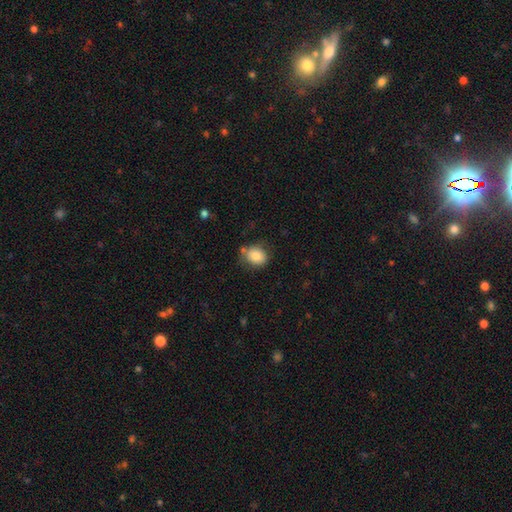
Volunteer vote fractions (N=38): Q: Smooth or featured?
A: smooth (82%); runner-up: featured or disk (11%)
Q: How rounded?
A: round (77%); runner-up: in between (23%)
Q: Merging?
A: none (74%); runner-up: merger (11%)